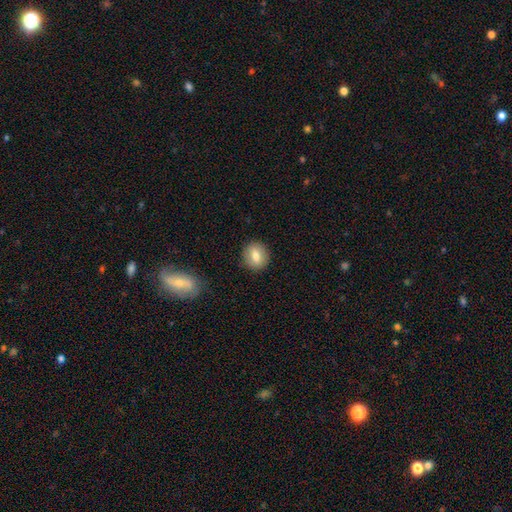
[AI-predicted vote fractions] A smooth galaxy with no disk features (74%) that is round (77%). Merging: none (88%).